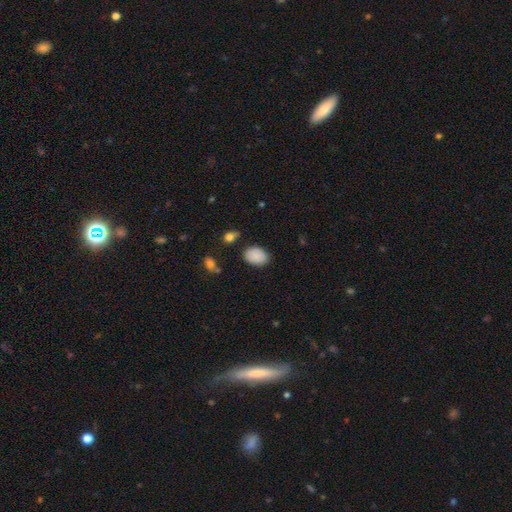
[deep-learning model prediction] smooth_or_featured: smooth (p=0.88) [alt: star or artifact p=0.08]
how_rounded: in between (p=0.82) [alt: round p=0.16]
merging: none (p=0.81) [alt: minor disturbance p=0.14]